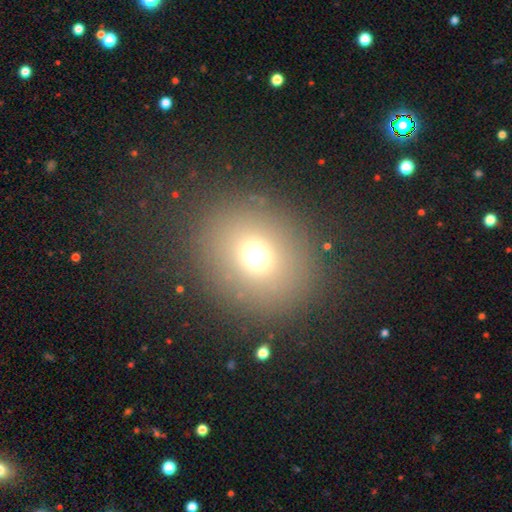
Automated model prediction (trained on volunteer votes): Morphology: type=smooth (68%); roundness=round (71%); merging=none (86%).